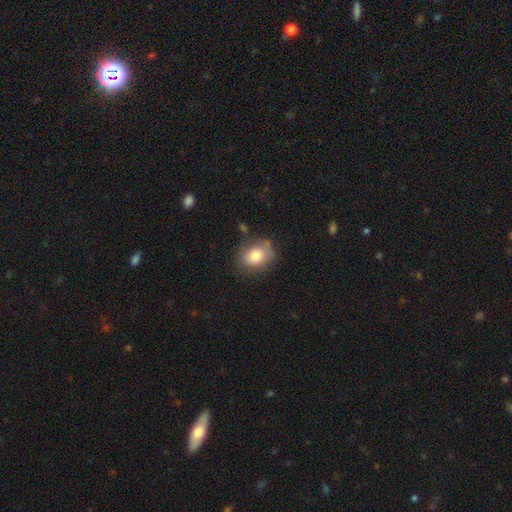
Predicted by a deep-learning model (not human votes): smooth-or-featured: smooth: 79% | featured or disk: 13% | star or artifact: 8%
  how-rounded: in between: 61% | round: 38% | cigar-shaped: 1%
  merging: none: 67% | minor disturbance: 23% | major disturbance: 6% | merger: 4%